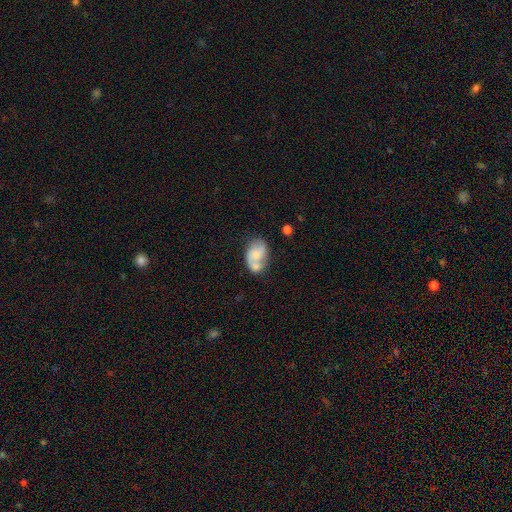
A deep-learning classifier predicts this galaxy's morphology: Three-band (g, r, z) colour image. It shows a featured or disk galaxy (49%). Merging: merger (40%).